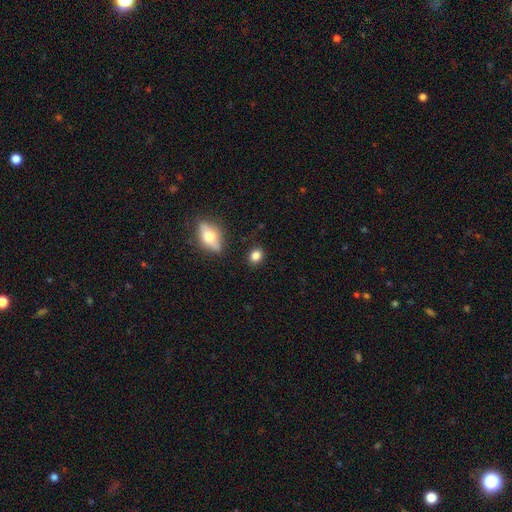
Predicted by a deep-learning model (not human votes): This is clearly a smooth galaxy (83%). How rounded: possibly round (49%, tied with in between). Merging: clearly none (84%).